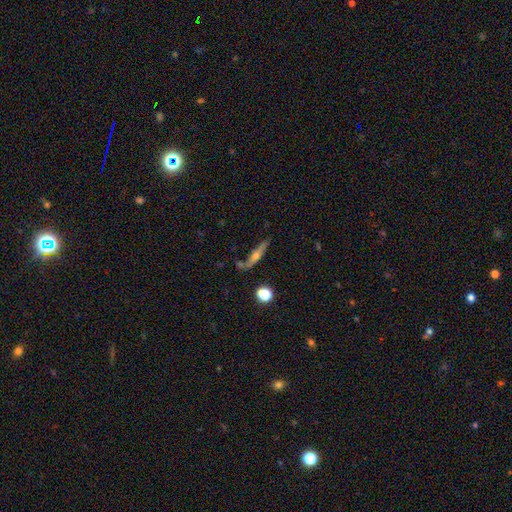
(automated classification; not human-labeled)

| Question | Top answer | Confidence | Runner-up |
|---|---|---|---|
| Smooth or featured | featured or disk | 50% | smooth (40%) |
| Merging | none | 67% | minor disturbance (18%) |